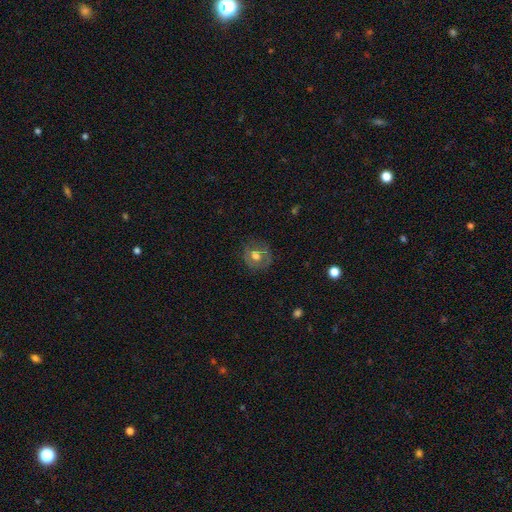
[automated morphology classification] smooth_or_featured: smooth (p=0.52) [alt: featured or disk p=0.40]
how_rounded: round (p=0.76) [alt: in between p=0.23]
merging: none (p=0.75) [alt: minor disturbance p=0.17]